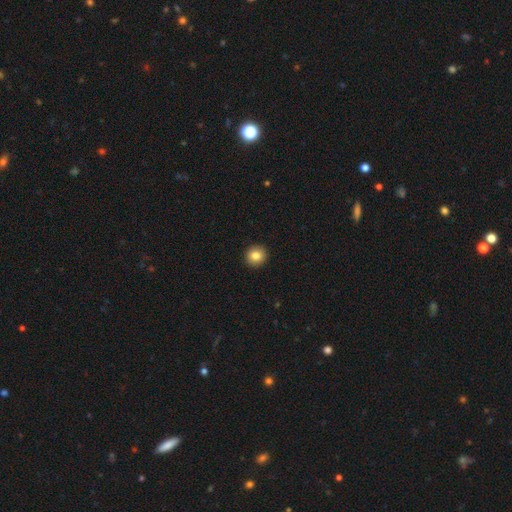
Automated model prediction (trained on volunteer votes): A smooth galaxy with no disk features (85%) that is round (88%).

Vote fractions:
- Smooth or featured? smooth: 85% / star or artifact: 9% / featured or disk: 6%
- How rounded? round: 88% / in between: 11% / cigar-shaped: 1%
- Merging? none: 93% / minor disturbance: 5% / major disturbance: 2% / merger: 1%